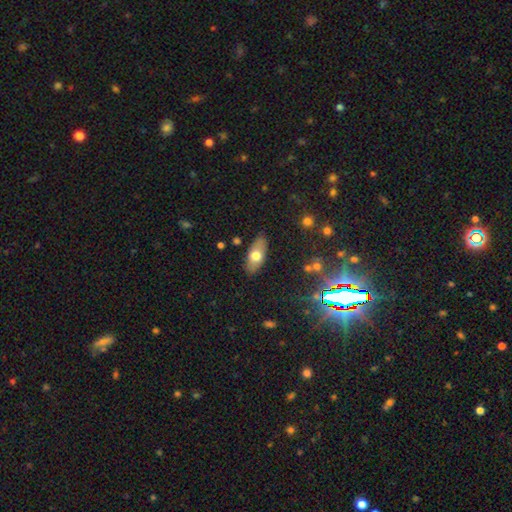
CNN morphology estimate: Smooth or featured: smooth — 68% (featured or disk — 25%)
How rounded: in between — 86% (cigar-shaped — 10%)
Merging: none — 85% (minor disturbance — 11%)